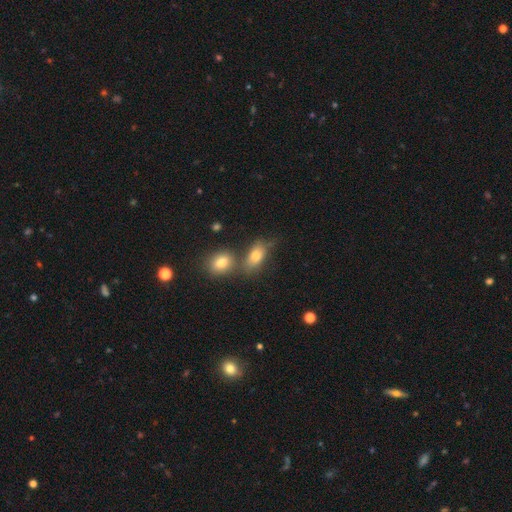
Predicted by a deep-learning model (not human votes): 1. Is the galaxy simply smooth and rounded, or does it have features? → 79% smooth, 12% featured or disk, 9% star or artifact.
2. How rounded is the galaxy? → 85% in between, 10% round, 6% cigar-shaped.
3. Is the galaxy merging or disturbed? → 49% none, 30% merger, 15% minor disturbance, 6% major disturbance.